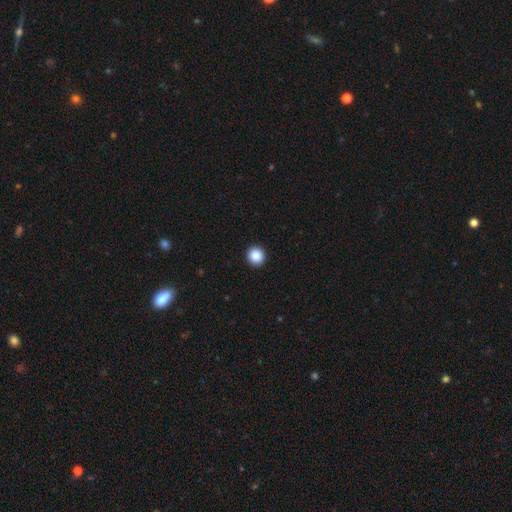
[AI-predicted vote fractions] Smooth or featured? Predicted: smooth (p=0.87). How rounded? Predicted: round (p=0.92). Merging? Predicted: none (p=0.94).